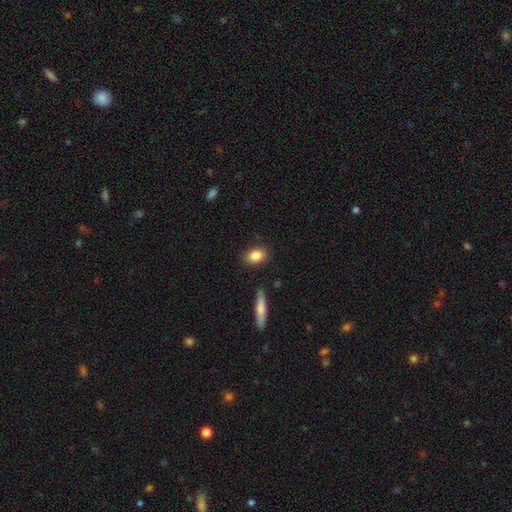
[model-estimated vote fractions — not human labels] Morphology: type=smooth (85%); roundness=in between (82%); merging=none (86%).